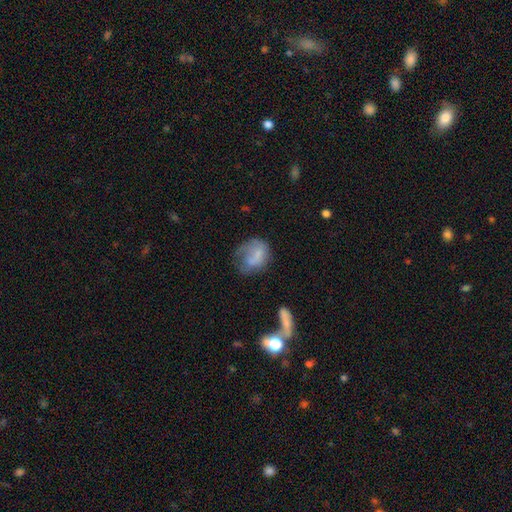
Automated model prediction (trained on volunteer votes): Smooth or featured: smooth — 63% (featured or disk — 27%)
How rounded: round — 50% (in between — 49%)
Merging: major disturbance — 34% (none — 33%)